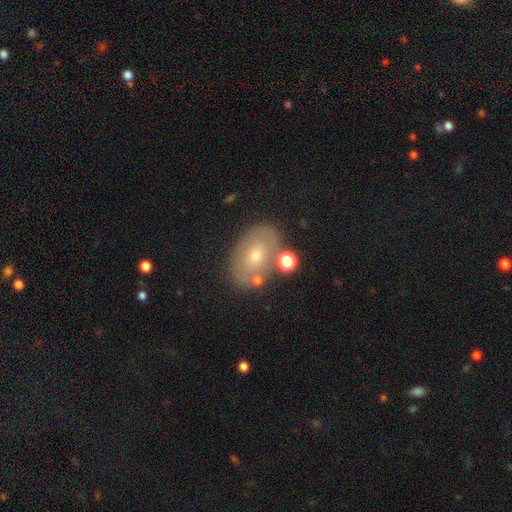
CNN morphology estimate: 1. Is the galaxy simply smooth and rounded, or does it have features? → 47% smooth, 42% featured or disk, 11% star or artifact.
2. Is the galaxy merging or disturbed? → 70% none, 16% minor disturbance, 8% merger, 6% major disturbance.